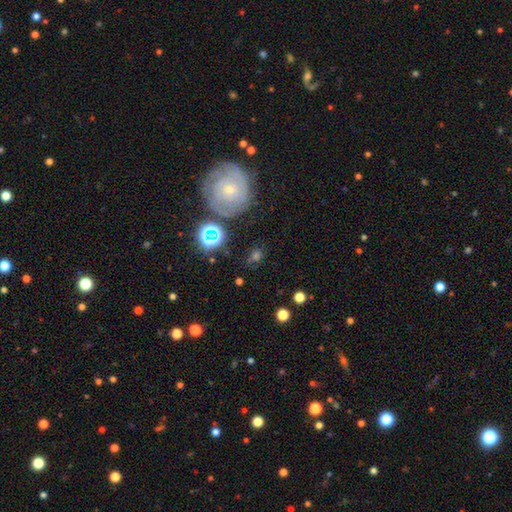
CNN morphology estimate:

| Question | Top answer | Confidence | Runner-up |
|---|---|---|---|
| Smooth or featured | featured or disk | 35% | smooth (34%) |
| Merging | none | 76% | minor disturbance (13%) |